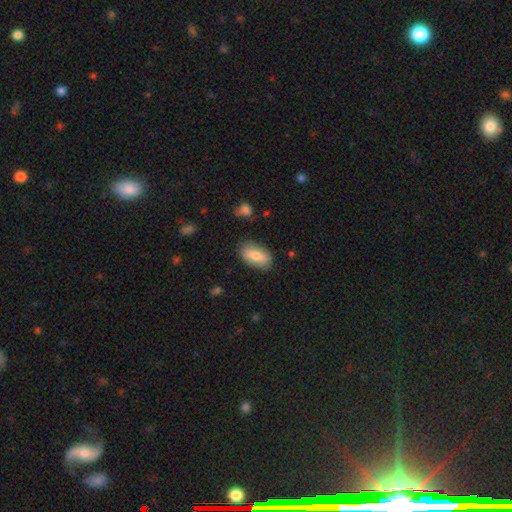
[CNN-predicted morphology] Smooth or featured: smooth — 76% (featured or disk — 18%)
How rounded: in between — 89% (cigar-shaped — 7%)
Merging: none — 82% (minor disturbance — 13%)